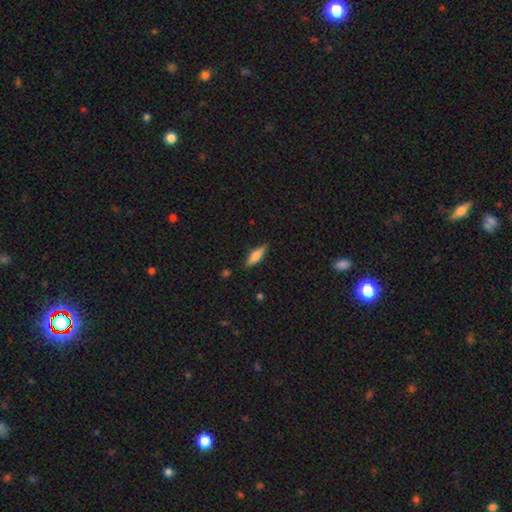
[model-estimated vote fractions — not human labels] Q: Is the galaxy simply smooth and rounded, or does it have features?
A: smooth — 61%.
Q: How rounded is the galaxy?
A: cigar-shaped — 57%.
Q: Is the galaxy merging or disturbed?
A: none — 85%.